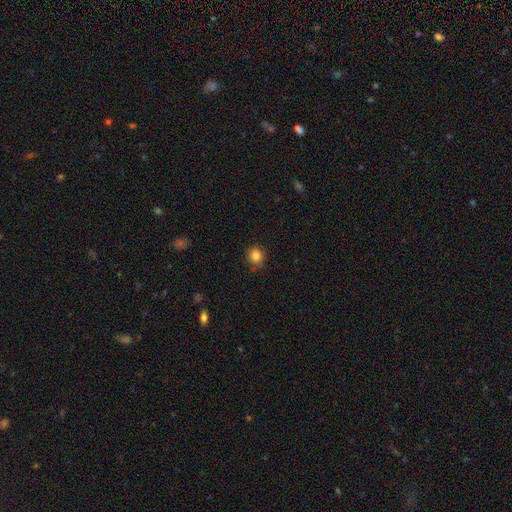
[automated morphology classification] The model was most divided on "how rounded": round: 83%, in between: 16%, cigar-shaped: 1%. More confident: smooth or featured — smooth (85%); merging — none (83%).